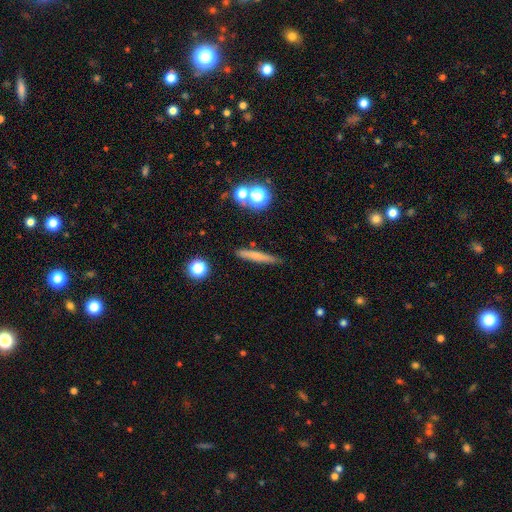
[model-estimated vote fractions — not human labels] Overall: smooth (62%; featured or disk 29%). How rounded: cigar-shaped (90%). Merging: none (85%).